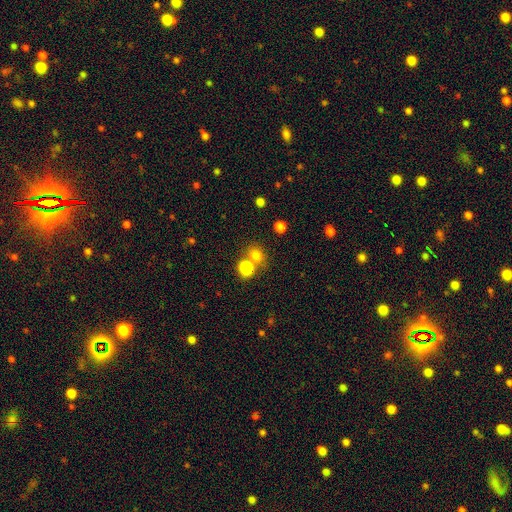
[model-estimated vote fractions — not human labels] smooth 75%, star or artifact 17%, featured or disk 8%. Down the decision tree: how rounded — round (67%); merging — none (54%).